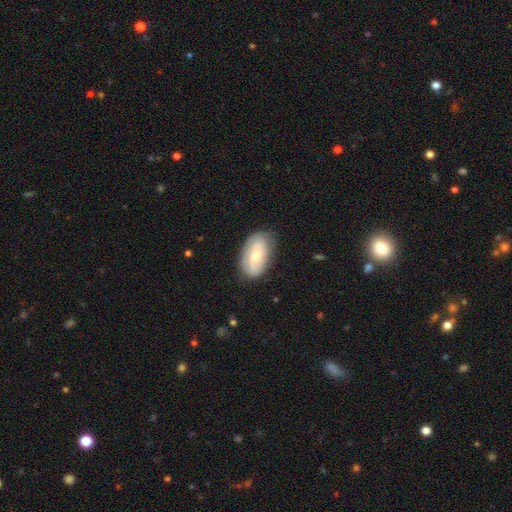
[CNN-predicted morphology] Smooth or featured? Predicted: smooth (p=0.56). How rounded? Predicted: in between (p=0.93). Merging? Predicted: none (p=0.73).